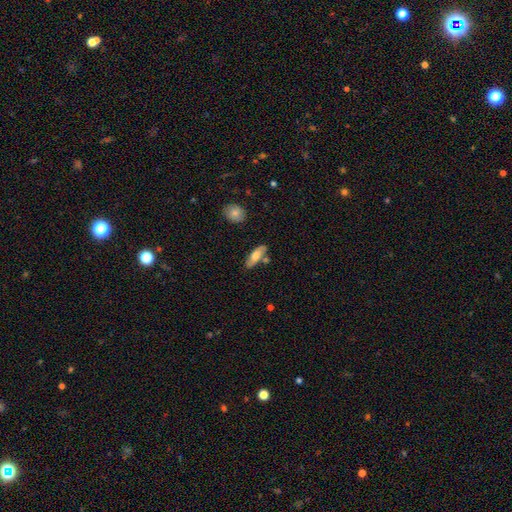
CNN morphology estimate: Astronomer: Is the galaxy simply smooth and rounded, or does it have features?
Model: smooth — 65%.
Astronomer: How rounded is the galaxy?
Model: in between — 64%.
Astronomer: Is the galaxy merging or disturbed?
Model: none — 72%.